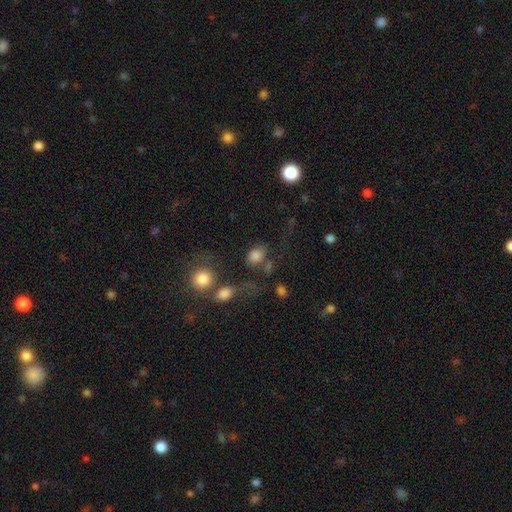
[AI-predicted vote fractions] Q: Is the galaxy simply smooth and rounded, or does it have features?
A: smooth — 80%.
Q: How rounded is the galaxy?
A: in between — 58%.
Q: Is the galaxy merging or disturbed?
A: none — 50%.